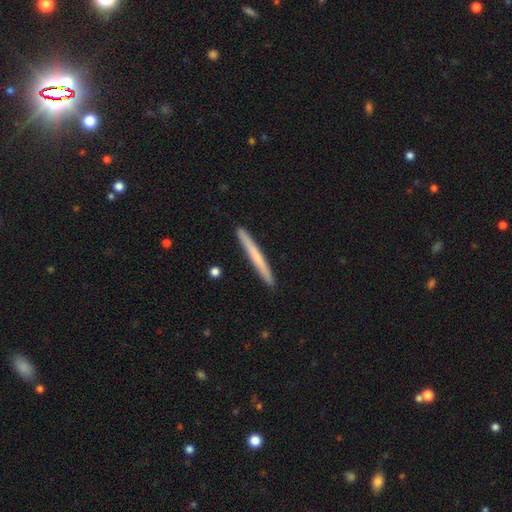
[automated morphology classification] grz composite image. It shows a smooth galaxy with no disk features (59%) that is cigar-shaped (97%). Merging: none (92%).